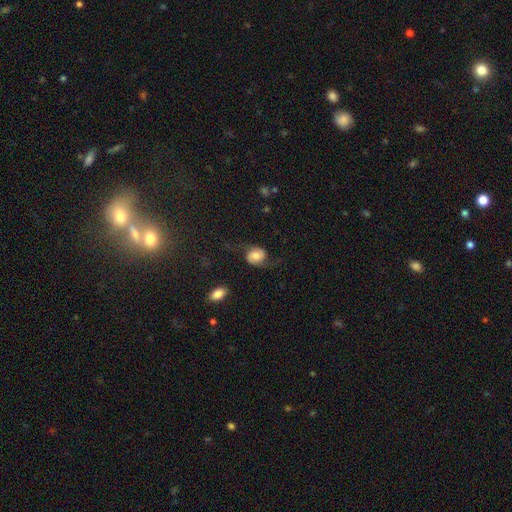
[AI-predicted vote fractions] A featured or disk galaxy (45%, tied with smooth).

Vote fractions:
- Smooth or featured? featured or disk: 45% (tied) / smooth: 45% (tied) / star or artifact: 10%
- Merging? none: 62% / minor disturbance: 21% / major disturbance: 15% / merger: 2%